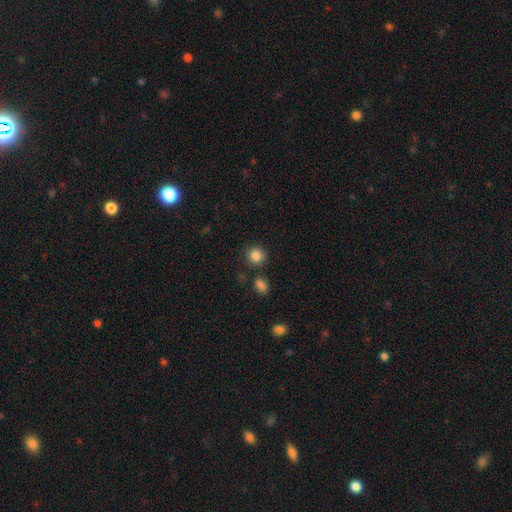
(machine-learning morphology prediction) Smooth or featured: smooth — 86% (star or artifact — 10%)
How rounded: round — 90% (in between — 9%)
Merging: none — 82% (minor disturbance — 8%)